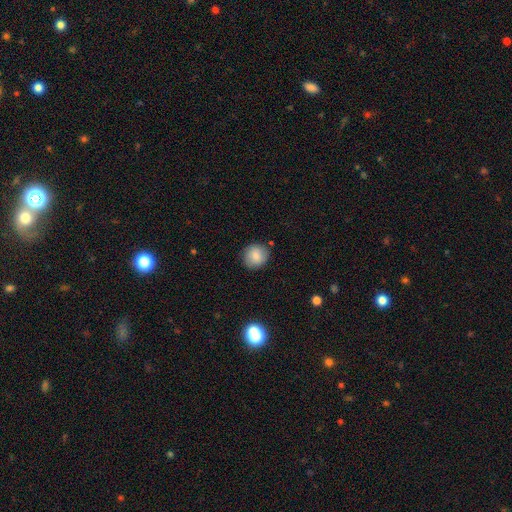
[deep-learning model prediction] This is likely a smooth galaxy (79%). How rounded: clearly round (89%). Merging: clearly none (86%).